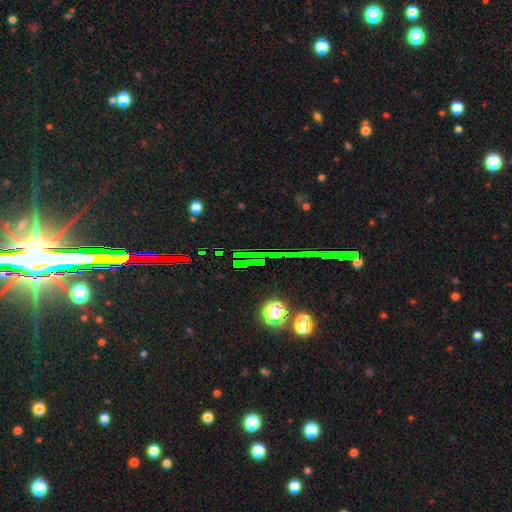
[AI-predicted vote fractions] Smooth or featured: star or artifact — 78% (smooth — 12%)